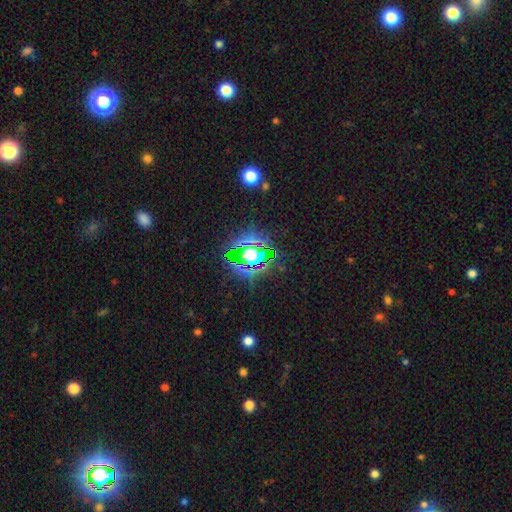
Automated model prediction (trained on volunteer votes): A star or artifact, not a galaxy (58%).

Vote fractions:
- Smooth or featured? star or artifact: 58% / smooth: 26% / featured or disk: 16%